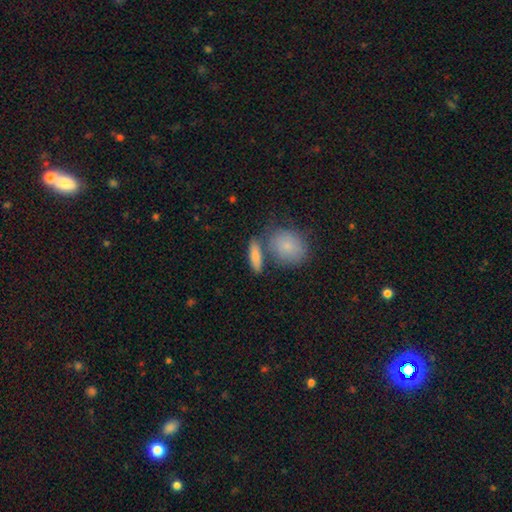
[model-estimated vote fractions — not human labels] Smooth or featured? smooth (76%)
How rounded? in between (61%)
Merging? none (59%)